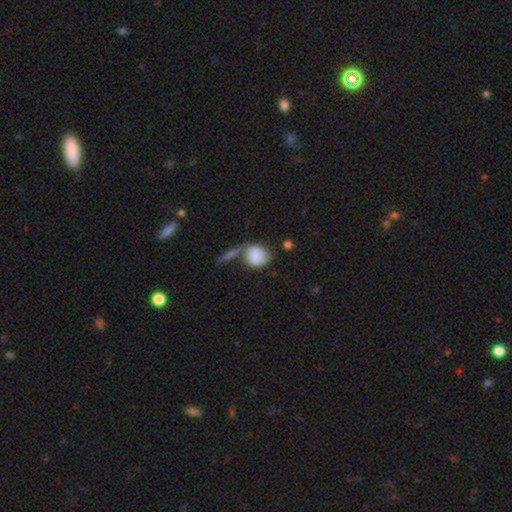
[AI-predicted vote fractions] Smooth or featured? Predicted: smooth (p=0.83). How rounded? Predicted: round (p=0.68). Merging? Predicted: none (p=0.46).